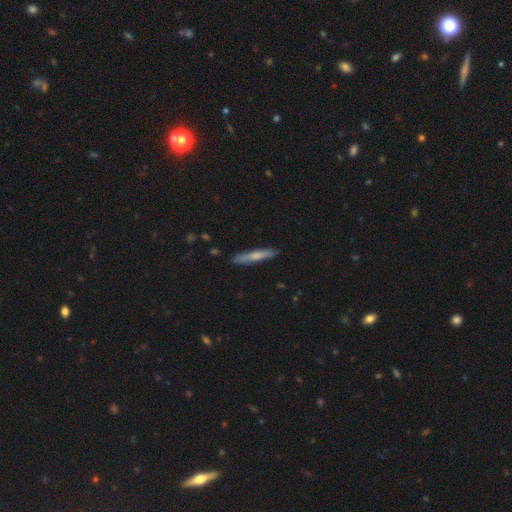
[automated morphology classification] Q: Smooth or featured?
A: smooth (60%); runner-up: featured or disk (34%)
Q: How rounded?
A: cigar-shaped (93%); runner-up: in between (5%)
Q: Merging?
A: none (88%); runner-up: minor disturbance (9%)